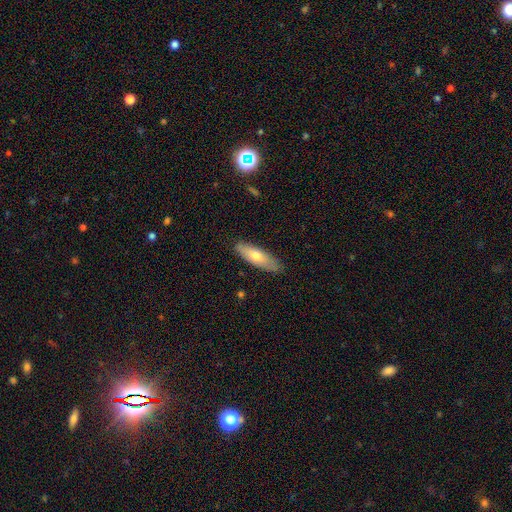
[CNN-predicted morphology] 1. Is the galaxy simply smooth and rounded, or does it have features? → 65% smooth, 28% featured or disk, 7% star or artifact.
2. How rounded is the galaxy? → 54% cigar-shaped, 44% in between, 2% round.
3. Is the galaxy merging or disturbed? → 86% none, 11% minor disturbance, 2% major disturbance, 1% merger.